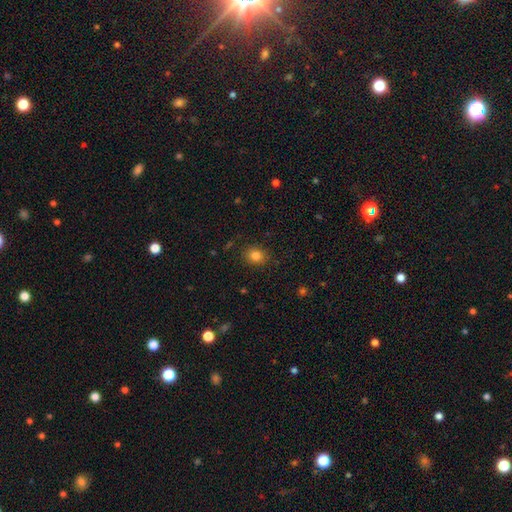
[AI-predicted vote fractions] smooth-or-featured: smooth: 83% | star or artifact: 12% | featured or disk: 6%
  how-rounded: round: 63% | in between: 36% | cigar-shaped: 1%
  merging: none: 86% | minor disturbance: 10% | major disturbance: 3% | merger: 1%